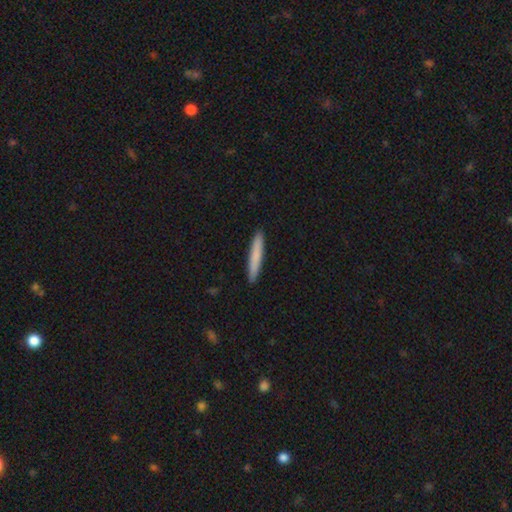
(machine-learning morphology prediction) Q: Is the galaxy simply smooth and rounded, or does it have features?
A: smooth — 79%.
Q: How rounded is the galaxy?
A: cigar-shaped — 95%.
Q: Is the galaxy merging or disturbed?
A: none — 92%.